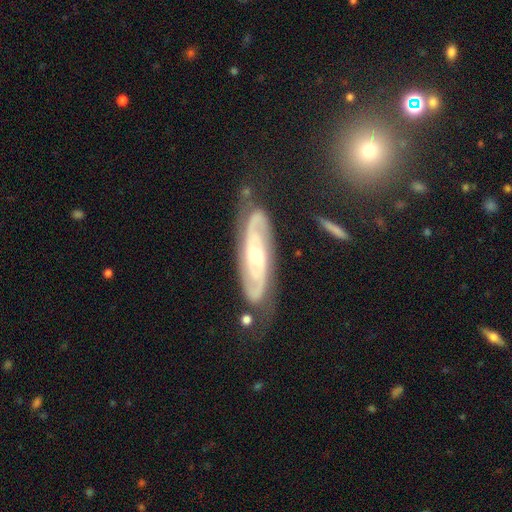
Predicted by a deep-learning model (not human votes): Q: Smooth or featured?
A: featured or disk (88%); runner-up: smooth (7%)
Q: Edge-on disk?
A: no (90%); runner-up: yes (10%)
Q: Bar?
A: no (54%); runner-up: weak (30%)
Q: Spiral arms?
A: yes (97%); runner-up: no (3%)
Q: Spiral winding?
A: tight (55%); runner-up: medium (36%)
Q: Spiral arm count?
A: 2 (83%); runner-up: can't tell (8%)
Q: Bulge size?
A: moderate (52%); runner-up: small (43%)
Q: Merging?
A: none (75%); runner-up: minor disturbance (17%)